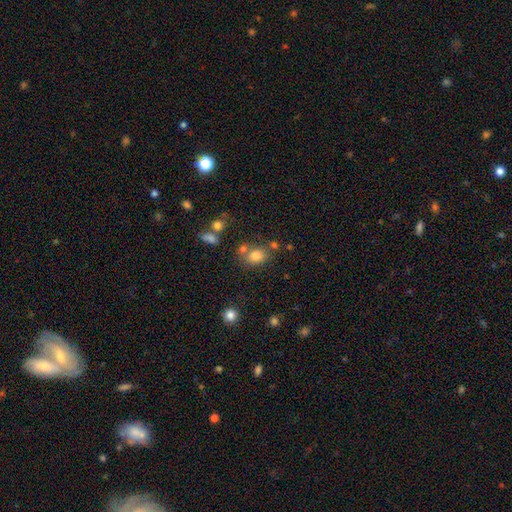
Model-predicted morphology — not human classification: Smooth or featured: smooth — 78% (star or artifact — 13%)
How rounded: in between — 50% (round — 49%)
Merging: none — 59% (merger — 21%)